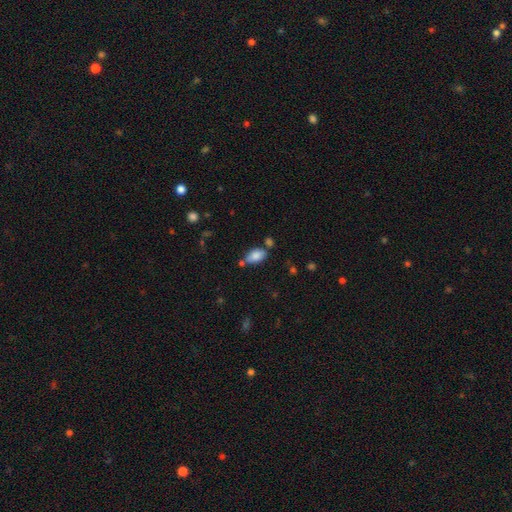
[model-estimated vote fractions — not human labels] smooth_or_featured: smooth (p=0.84) [alt: featured or disk p=0.08]
how_rounded: in between (p=0.92) [alt: round p=0.05]
merging: none (p=0.64) [alt: minor disturbance p=0.17]